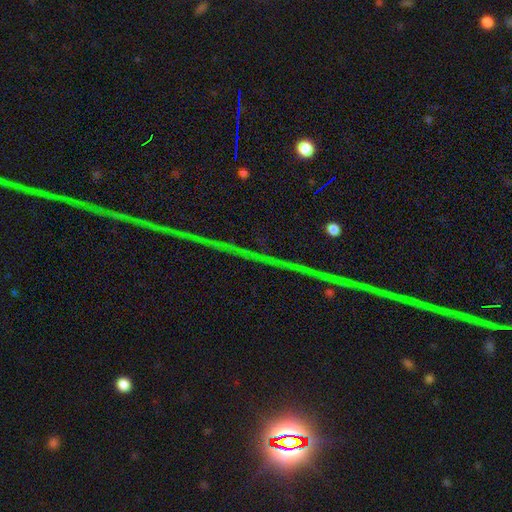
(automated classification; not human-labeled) Morphology: type=star or artifact (86%).